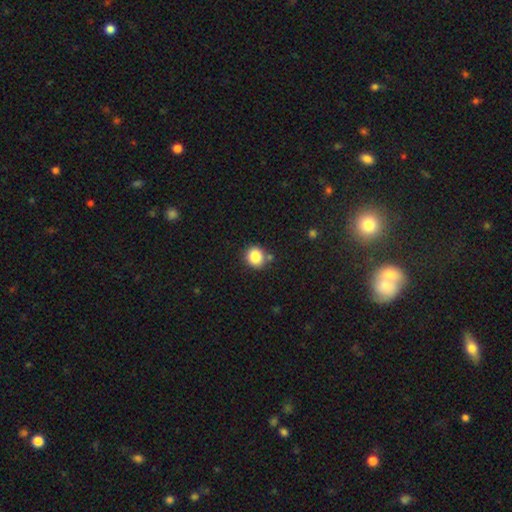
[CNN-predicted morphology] smooth 85%, star or artifact 10%, featured or disk 4%. Down the decision tree: how rounded — round (84%); merging — none (80%).